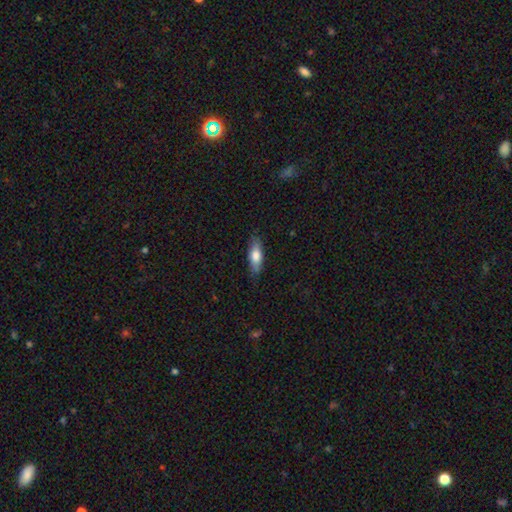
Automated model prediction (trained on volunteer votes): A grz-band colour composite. It shows a smooth galaxy with no disk features (73%) that is in between round and cigar-shaped (63%). Merging: none (84%).